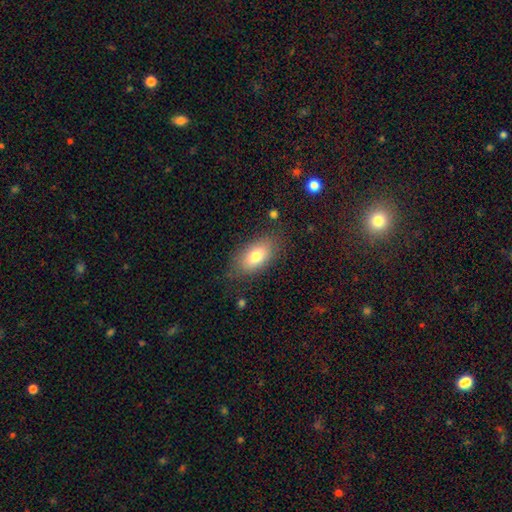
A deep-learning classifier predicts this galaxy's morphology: Q: Smooth or featured?
A: smooth (77%); runner-up: featured or disk (15%)
Q: How rounded?
A: in between (90%); runner-up: round (6%)
Q: Merging?
A: none (80%); runner-up: minor disturbance (14%)